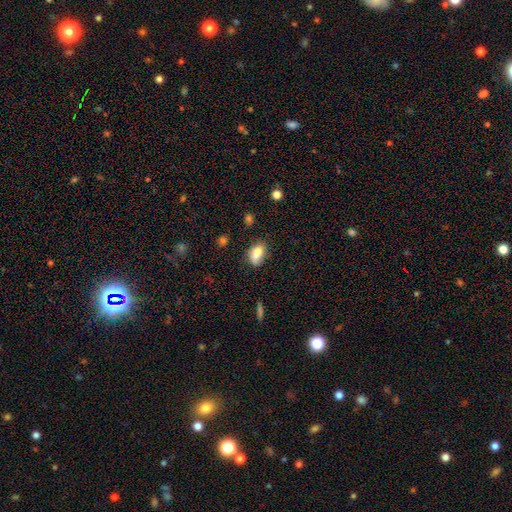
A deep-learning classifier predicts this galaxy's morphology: type=smooth (77%); roundness=in between (83%); merging=none (60%).